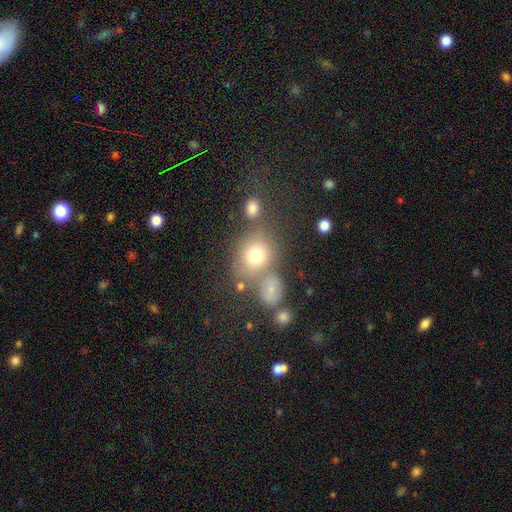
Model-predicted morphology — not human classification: This is likely a smooth galaxy (73%). How rounded: likely round (66%). Merging: possibly none (56%).